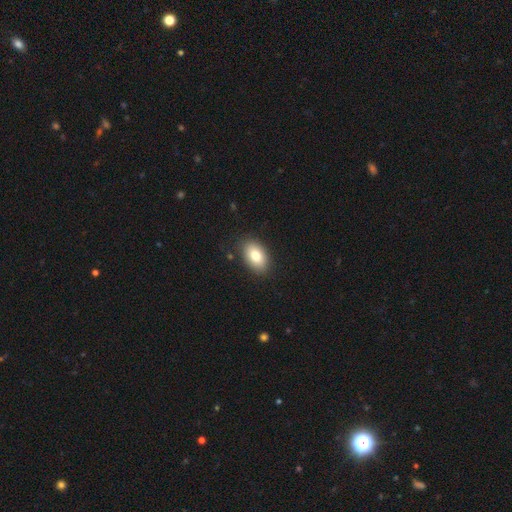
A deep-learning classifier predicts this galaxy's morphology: type=smooth (80%); roundness=in between (90%); merging=none (86%).